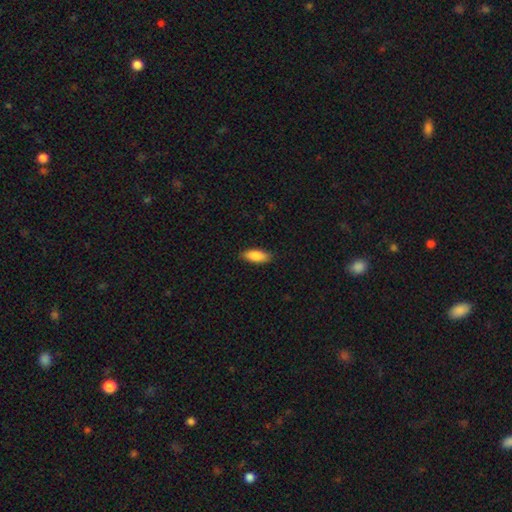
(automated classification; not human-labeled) A smooth galaxy with no disk features (87%) that is in between round and cigar-shaped (77%).

Vote fractions:
- Smooth or featured? smooth: 87% / featured or disk: 7% / star or artifact: 6%
- How rounded? in between: 77% / cigar-shaped: 21% / round: 2%
- Merging? none: 87% / minor disturbance: 10% / major disturbance: 2% / merger: 1%